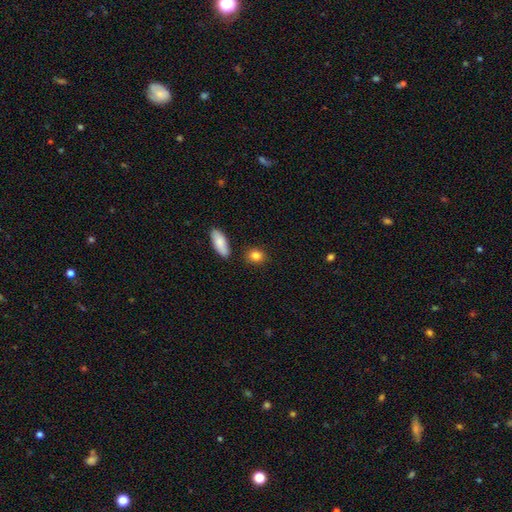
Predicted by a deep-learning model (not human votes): A smooth galaxy with no disk features (84%) that is round (61%).

Vote fractions:
- Smooth or featured? smooth: 84% / star or artifact: 9% / featured or disk: 7%
- How rounded? round: 61% / in between: 37% / cigar-shaped: 3%
- Merging? none: 84% / minor disturbance: 9% / merger: 4% / major disturbance: 2%